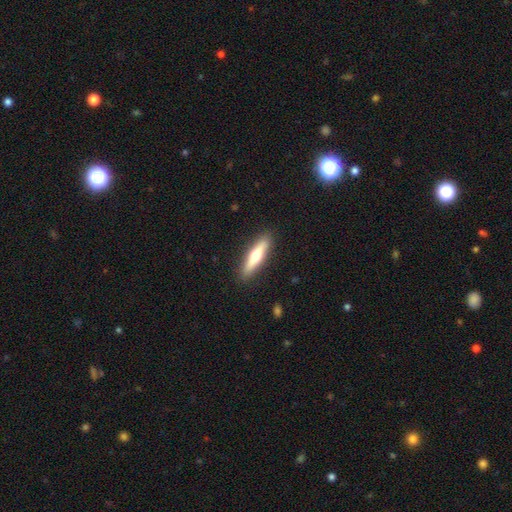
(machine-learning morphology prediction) A smooth galaxy with no disk features (51%) that is cigar-shaped (81%). Merging: none (90%).